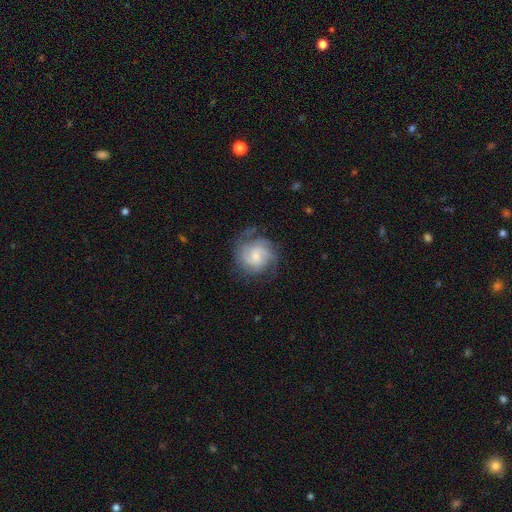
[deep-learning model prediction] Smooth or featured?
  - featured or disk: 77% *
  - smooth: 17%
  - star or artifact: 6%
Edge-on disk?
  - no: 98% *
  - yes: 2%
Bar?
  - no: 54% *
  - weak: 40%
  - strong: 6%
Spiral arms?
  - yes: 96% *
  - no: 4%
Spiral winding?
  - tight: 49% *
  - medium: 40%
  - loose: 11%
Spiral arm count?
  - 2: 38% *
  - 3: 26%
  - can't tell: 20%
  - 4: 7%
  - 1: 5%
  - more than 4: 4%
Bulge size?
  - small: 45% *
  - moderate: 34%
  - none: 13%
  - large: 7%
  - dominant: 2%
Merging?
  - none: 72% *
  - minor disturbance: 18%
  - major disturbance: 9%
  - merger: 1%